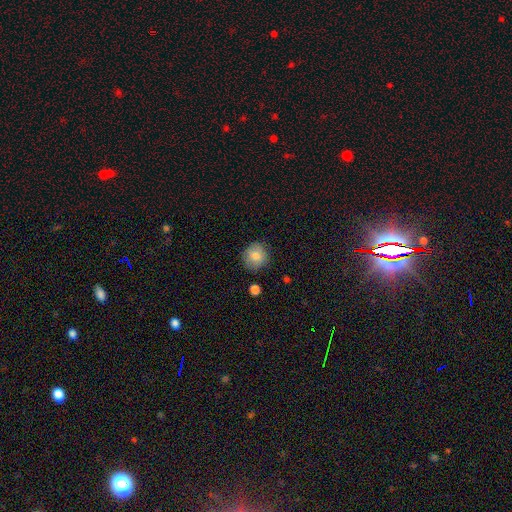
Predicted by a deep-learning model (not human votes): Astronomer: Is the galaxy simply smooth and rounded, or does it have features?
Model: smooth — 80%.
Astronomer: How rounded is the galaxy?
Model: round — 88%.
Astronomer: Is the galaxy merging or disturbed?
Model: none — 84%.